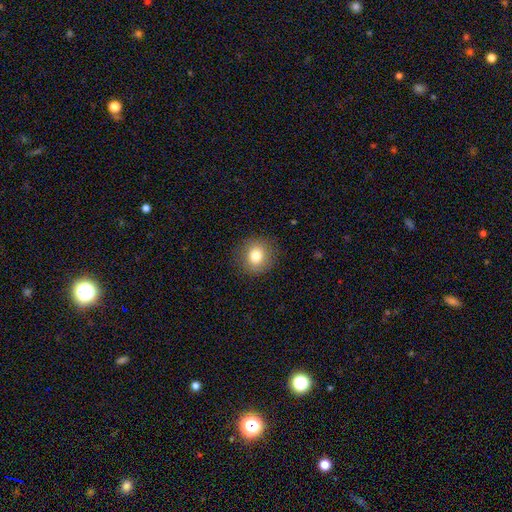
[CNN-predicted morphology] Q: Smooth or featured?
A: smooth (80%); runner-up: star or artifact (10%)
Q: How rounded?
A: round (87%); runner-up: in between (12%)
Q: Merging?
A: none (88%); runner-up: minor disturbance (8%)